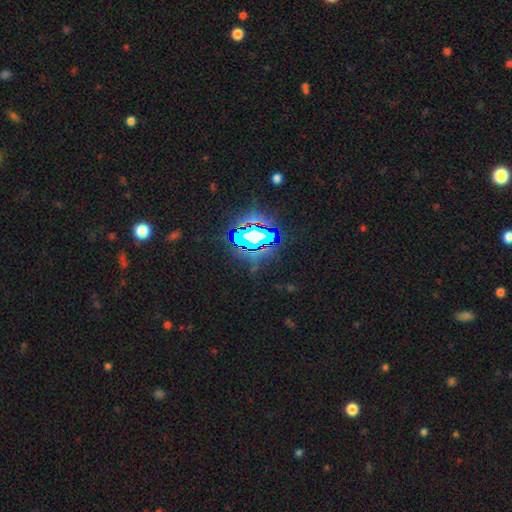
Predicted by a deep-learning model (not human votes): This is clearly a star or artifact rather than a galaxy (83%).